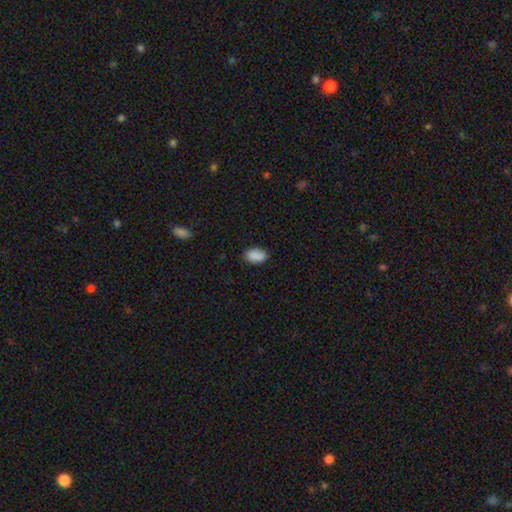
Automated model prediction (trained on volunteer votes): smooth 89%, star or artifact 8%, featured or disk 3%. Down the decision tree: how rounded — in between (91%); merging — none (87%).